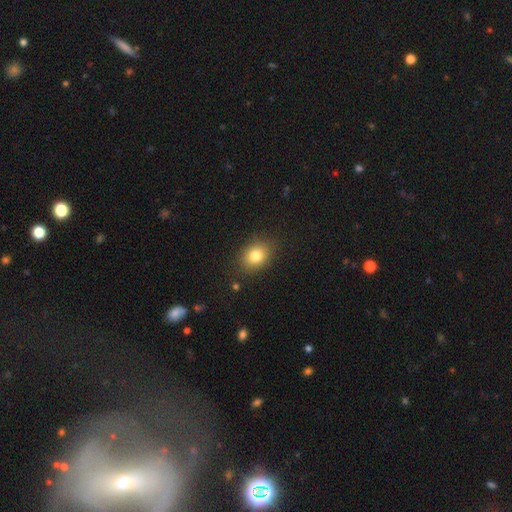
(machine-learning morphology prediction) Q: Smooth or featured?
A: smooth (81%); runner-up: star or artifact (11%)
Q: How rounded?
A: in between (55%); runner-up: round (44%)
Q: Merging?
A: none (85%); runner-up: minor disturbance (10%)